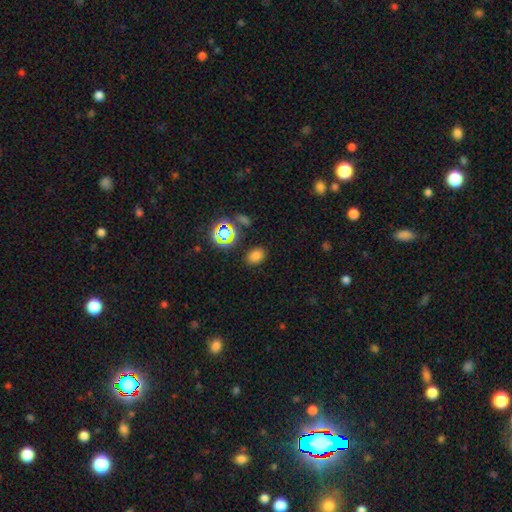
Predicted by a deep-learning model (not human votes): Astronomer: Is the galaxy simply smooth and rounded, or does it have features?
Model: smooth — 73%.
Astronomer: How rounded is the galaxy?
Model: in between — 70%.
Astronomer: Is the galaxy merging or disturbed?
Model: none — 84%.